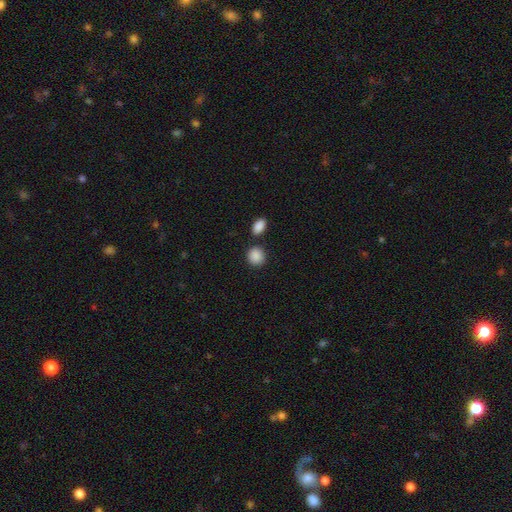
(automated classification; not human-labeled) This is clearly a smooth galaxy (89%). How rounded: likely round (75%). Merging: likely none (77%).